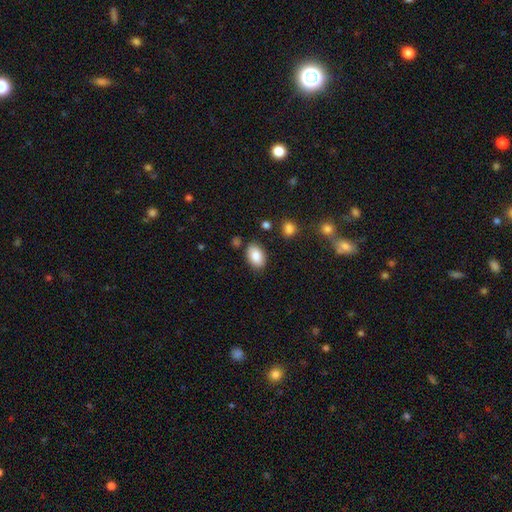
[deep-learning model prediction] Smooth or featured? smooth (86%)
How rounded? in between (91%)
Merging? none (82%)